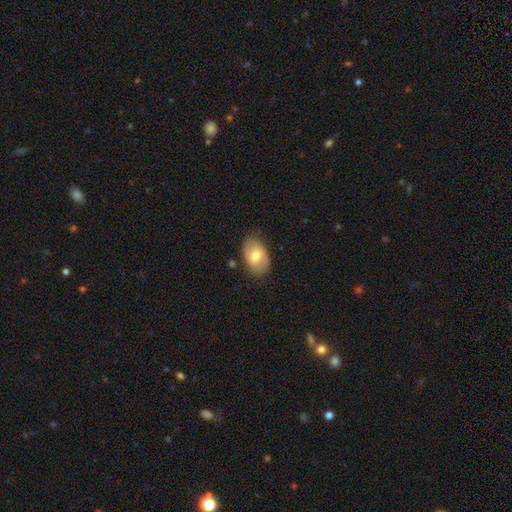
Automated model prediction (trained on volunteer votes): Smooth or featured: smooth — 67% (featured or disk — 26%)
How rounded: in between — 90% (round — 9%)
Merging: none — 79% (minor disturbance — 16%)